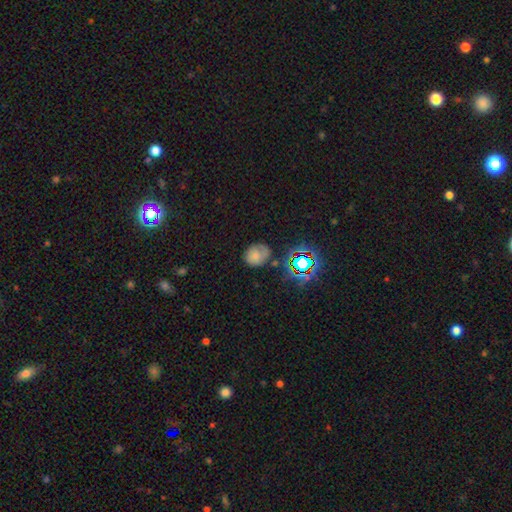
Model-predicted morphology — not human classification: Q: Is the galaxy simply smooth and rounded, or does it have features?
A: smooth — 64%.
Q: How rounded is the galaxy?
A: round — 61%.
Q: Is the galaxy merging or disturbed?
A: none — 59%.